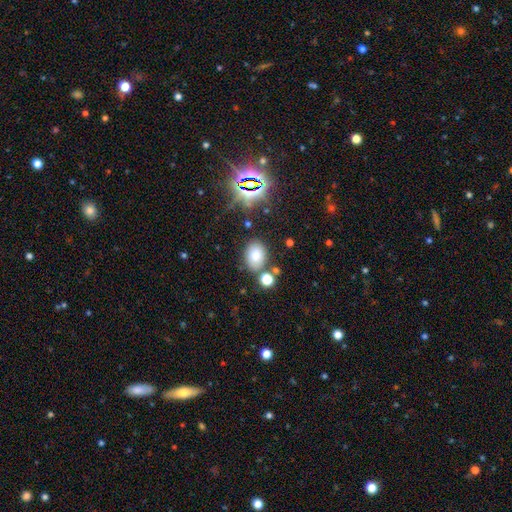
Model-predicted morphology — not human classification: A smooth galaxy with no disk features (76%) that is in between round and cigar-shaped (72%). Merging: none (74%).